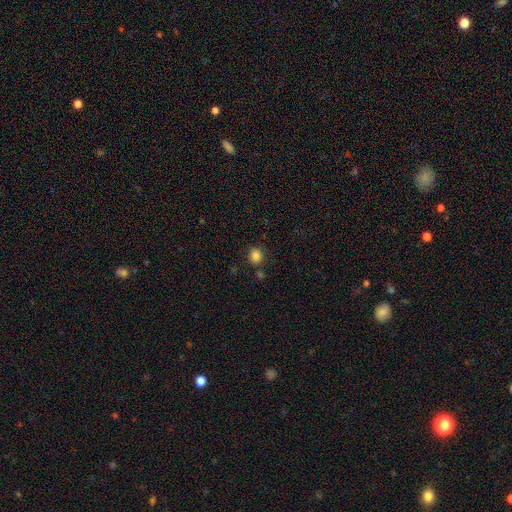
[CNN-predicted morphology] smooth_or_featured: smooth (p=0.85) [alt: star or artifact p=0.12]
how_rounded: round (p=0.73) [alt: in between p=0.26]
merging: none (p=0.81) [alt: minor disturbance p=0.10]